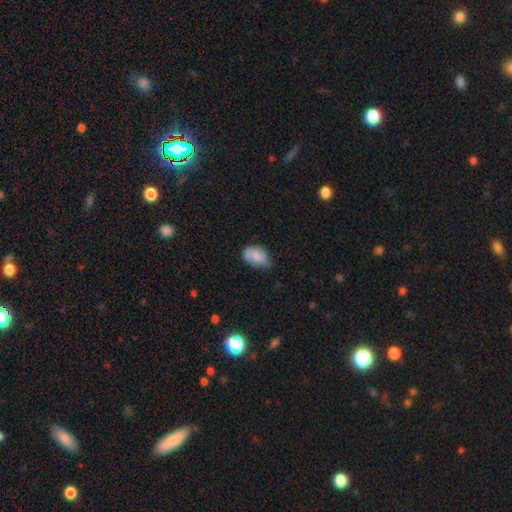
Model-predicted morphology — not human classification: Smooth or featured: smooth — 72% (featured or disk — 21%)
How rounded: in between — 83% (round — 16%)
Merging: none — 48% (minor disturbance — 40%)